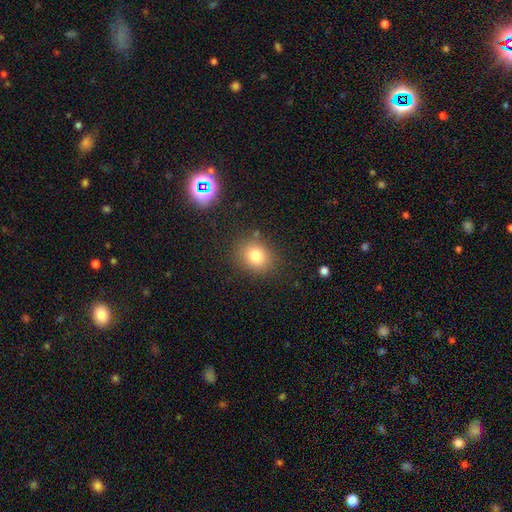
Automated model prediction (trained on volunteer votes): smooth-or-featured: smooth: 79% | star or artifact: 12% | featured or disk: 8%
  how-rounded: round: 62% | in between: 37% | cigar-shaped: 1%
  merging: none: 83% | minor disturbance: 11% | major disturbance: 4% | merger: 3%